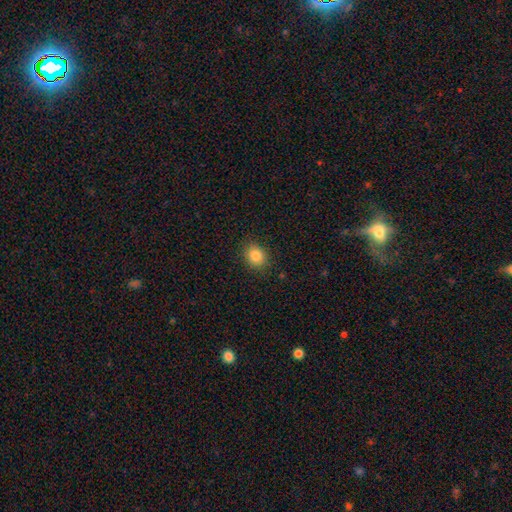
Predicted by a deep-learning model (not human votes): This is clearly a smooth galaxy (84%). How rounded: possibly round (51%). Merging: clearly none (88%).